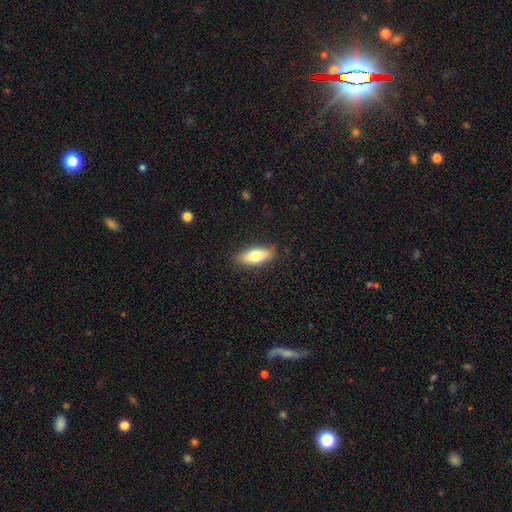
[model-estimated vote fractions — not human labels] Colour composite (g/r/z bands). It shows a smooth galaxy with no disk features (73%) that is in between round and cigar-shaped (77%). Merging: none (87%).